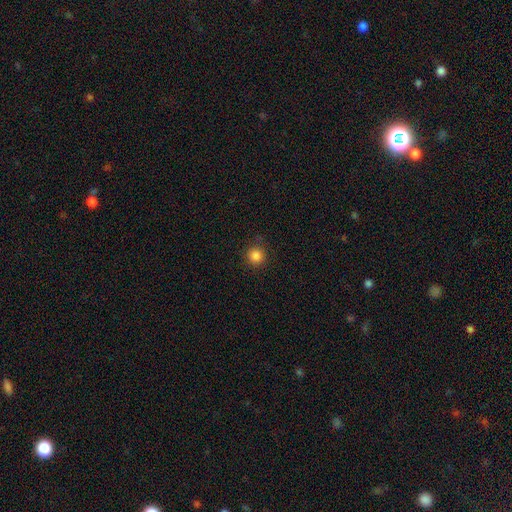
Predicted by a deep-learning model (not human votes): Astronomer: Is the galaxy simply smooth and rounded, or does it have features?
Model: smooth — 85%.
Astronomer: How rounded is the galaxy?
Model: round — 94%.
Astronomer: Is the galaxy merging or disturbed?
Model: none — 87%.